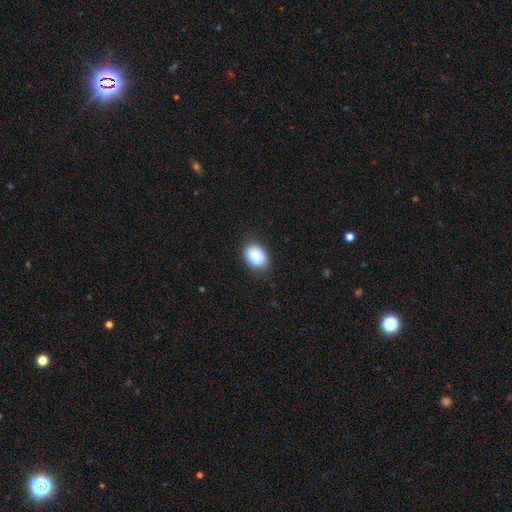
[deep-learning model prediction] The model was most divided on "how rounded": in between: 72%, round: 27%, cigar-shaped: 1%. More confident: smooth or featured — smooth (85%); merging — none (83%).